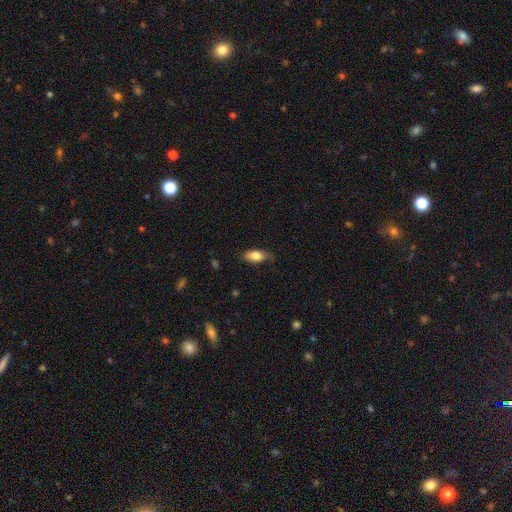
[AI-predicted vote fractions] Overall: smooth (81%). How rounded: in between (88%). Merging: none (68%).